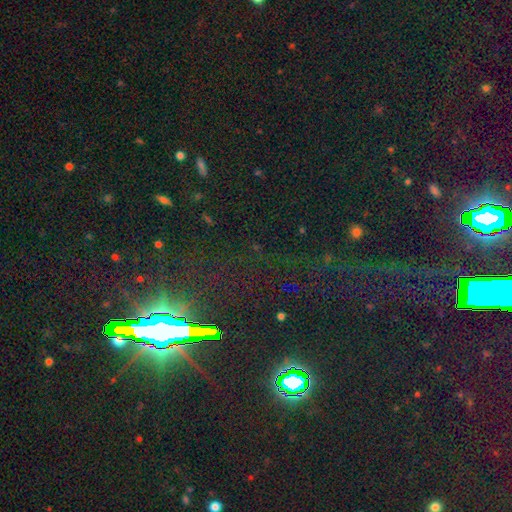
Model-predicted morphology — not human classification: A star or artifact, not a galaxy (83%).